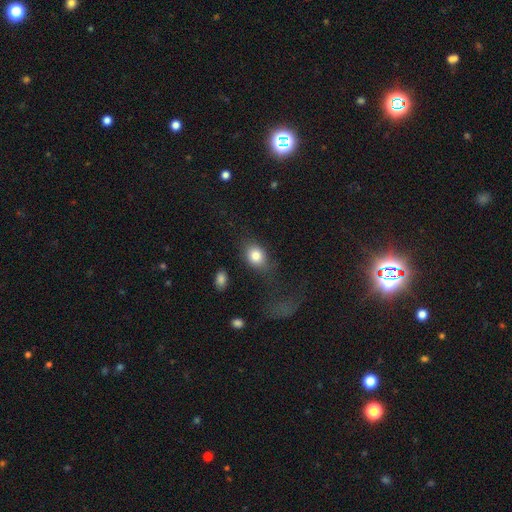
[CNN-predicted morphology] This appears to be a smooth galaxy with no disk features (81%) that is in between round and cigar-shaped (59%). Merging: none (58%).